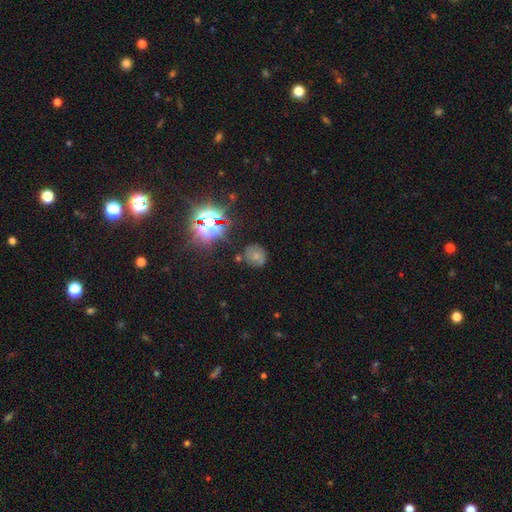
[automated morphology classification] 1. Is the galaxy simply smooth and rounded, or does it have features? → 52% smooth, 27% star or artifact, 21% featured or disk.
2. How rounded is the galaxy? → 77% round, 22% in between, 1% cigar-shaped.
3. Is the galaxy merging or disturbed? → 72% none, 17% minor disturbance, 6% major disturbance, 5% merger.